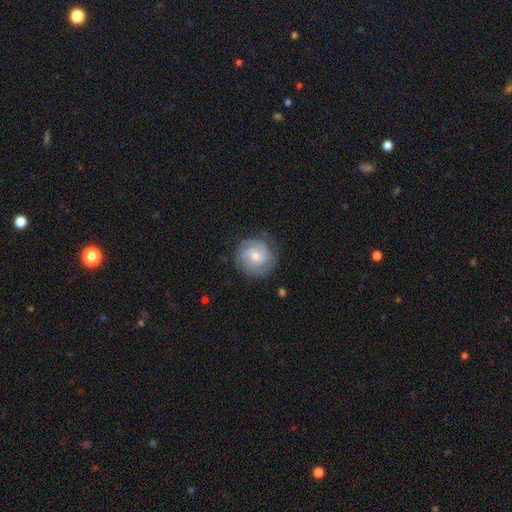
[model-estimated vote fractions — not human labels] Smooth or featured?
  - featured or disk: 66% *
  - smooth: 27%
  - star or artifact: 6%
Edge-on disk?
  - no: 98% *
  - yes: 2%
Bar?
  - no: 64% *
  - weak: 32%
  - strong: 4%
Spiral arms?
  - yes: 93% *
  - no: 7%
Spiral winding?
  - tight: 58% *
  - medium: 33%
  - loose: 9%
Spiral arm count?
  - 2: 30% *
  - 3: 28%
  - can't tell: 26%
  - 4: 7%
  - 1: 5%
  - more than 4: 4%
Bulge size?
  - small: 55% *
  - moderate: 40%
  - large: 2%
  - none: 2%
  - dominant: 1%
Merging?
  - none: 80% *
  - minor disturbance: 14%
  - major disturbance: 5%
  - merger: 1%